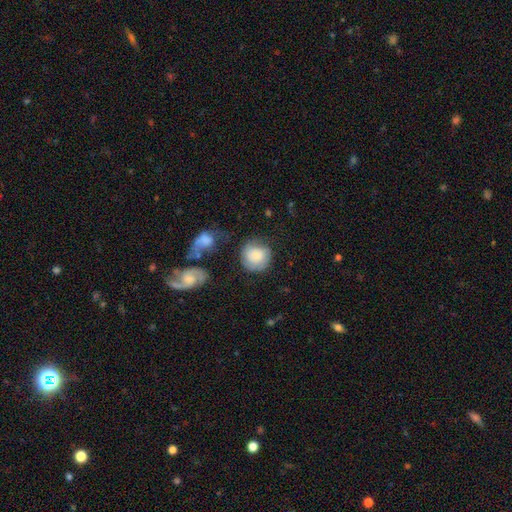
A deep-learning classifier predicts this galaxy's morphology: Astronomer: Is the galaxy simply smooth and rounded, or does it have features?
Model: smooth — 63%.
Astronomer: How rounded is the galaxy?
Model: round — 85%.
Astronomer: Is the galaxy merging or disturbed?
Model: none — 60%.